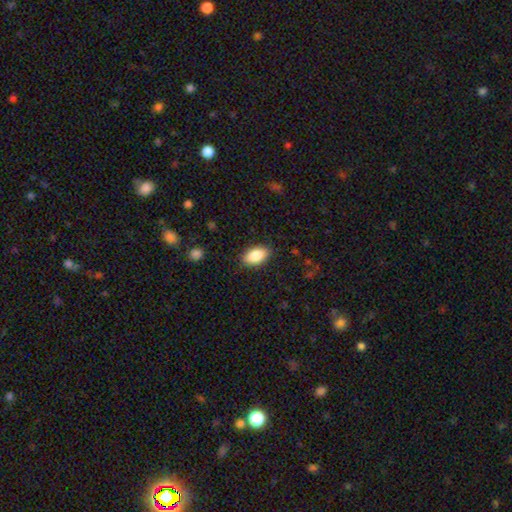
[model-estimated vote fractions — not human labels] Smooth or featured: smooth — 87% (star or artifact — 7%)
How rounded: in between — 92% (round — 5%)
Merging: none — 87% (minor disturbance — 10%)